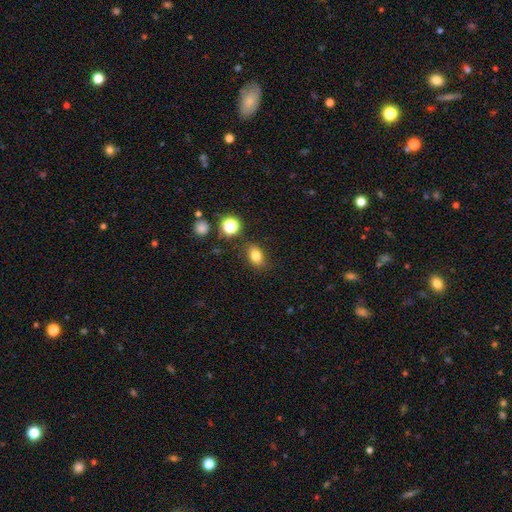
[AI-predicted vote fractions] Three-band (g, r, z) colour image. It shows a smooth galaxy with no disk features (80%) that is in between round and cigar-shaped (74%). Merging: none (81%).